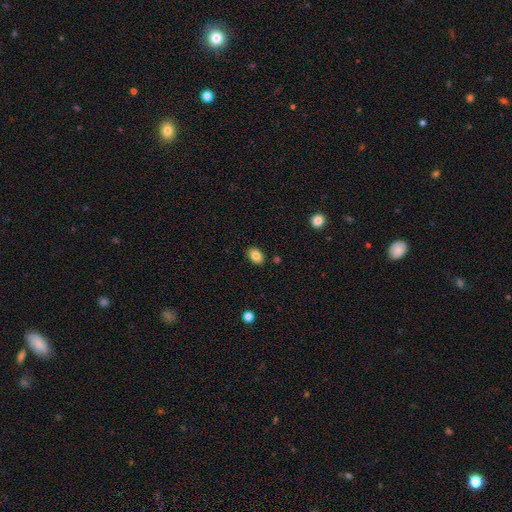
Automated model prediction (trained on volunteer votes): smooth 86%, star or artifact 8%, featured or disk 6%. Down the decision tree: how rounded — in between (83%); merging — none (86%).